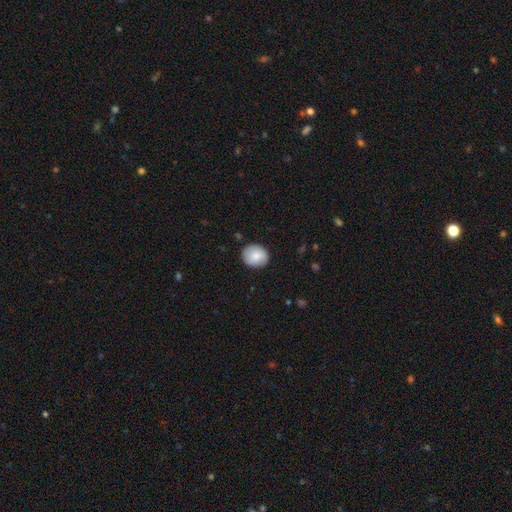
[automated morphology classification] Smooth or featured? smooth (80%)
How rounded? round (74%)
Merging? none (84%)